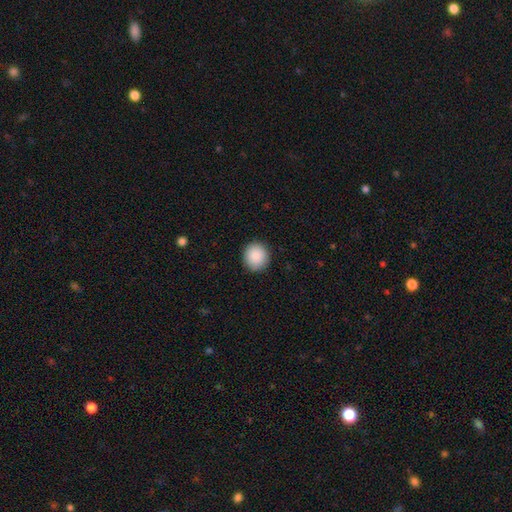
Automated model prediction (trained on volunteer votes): The model was most divided on "how rounded": round: 90%, in between: 9%, cigar-shaped: 1%. More confident: merging — none (91%); smooth or featured — smooth (89%).